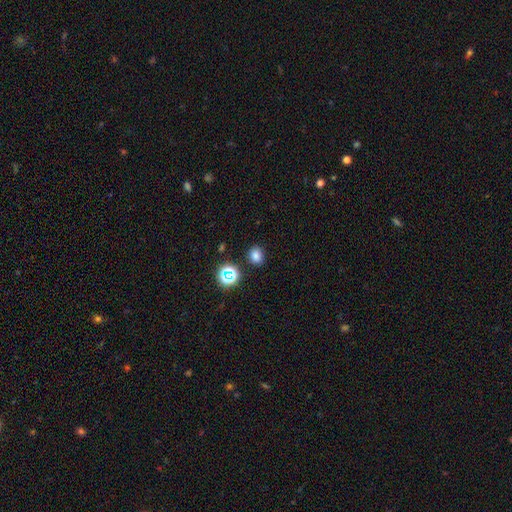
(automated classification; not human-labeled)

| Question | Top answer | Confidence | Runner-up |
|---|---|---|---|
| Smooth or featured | smooth | 77% | star or artifact (17%) |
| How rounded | round | 64% | in between (35%) |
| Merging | none | 86% | minor disturbance (8%) |